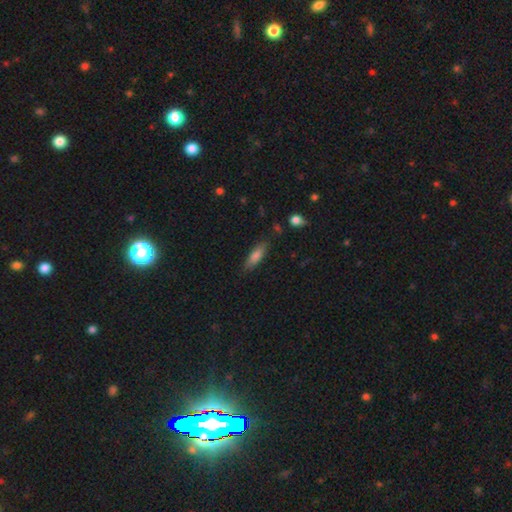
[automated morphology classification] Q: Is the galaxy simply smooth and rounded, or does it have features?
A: smooth — 79%.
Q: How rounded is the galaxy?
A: cigar-shaped — 51%.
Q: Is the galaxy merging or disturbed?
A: none — 80%.